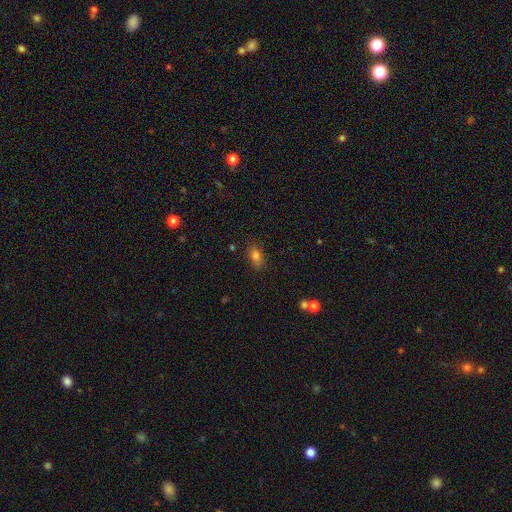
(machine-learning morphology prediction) This is likely a smooth galaxy (78%). How rounded: clearly in between (83%). Merging: likely none (80%).